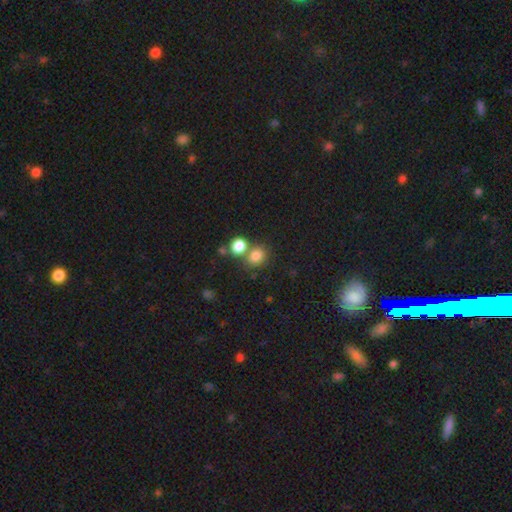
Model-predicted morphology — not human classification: This is clearly a smooth galaxy (81%). How rounded: likely round (65%). Merging: possibly none (52%).